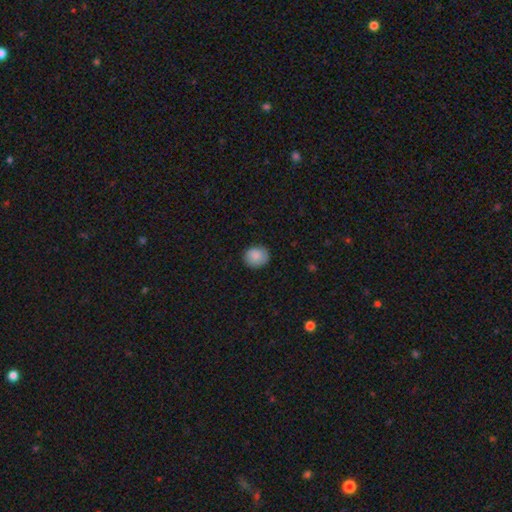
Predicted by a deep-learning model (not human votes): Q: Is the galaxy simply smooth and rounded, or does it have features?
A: smooth — 87%.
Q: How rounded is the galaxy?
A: round — 72%.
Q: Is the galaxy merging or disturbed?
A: none — 85%.